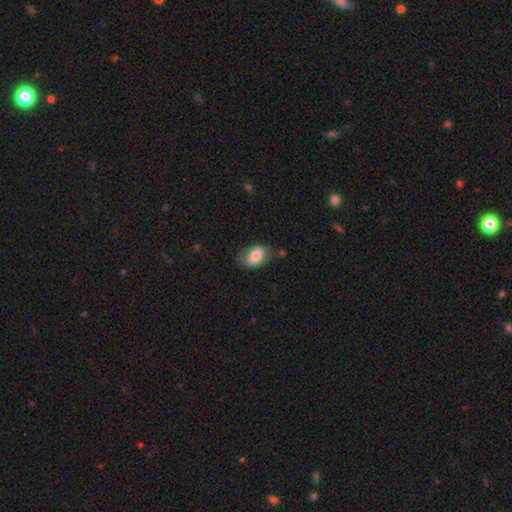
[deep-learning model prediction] Q: Smooth or featured?
A: smooth (64%); runner-up: featured or disk (30%)
Q: How rounded?
A: in between (89%); runner-up: round (8%)
Q: Merging?
A: none (64%); runner-up: minor disturbance (23%)